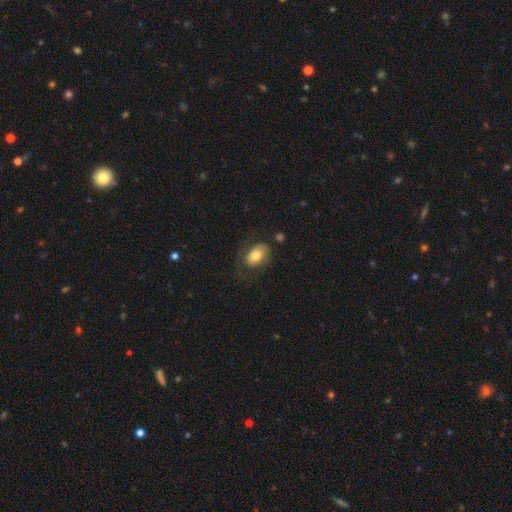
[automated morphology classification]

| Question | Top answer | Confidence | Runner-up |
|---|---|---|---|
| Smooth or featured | smooth | 71% | featured or disk (21%) |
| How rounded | in between | 85% | round (13%) |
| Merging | none | 50% | minor disturbance (25%) |